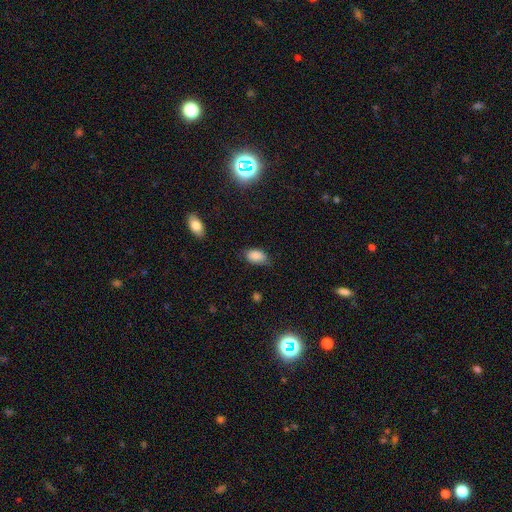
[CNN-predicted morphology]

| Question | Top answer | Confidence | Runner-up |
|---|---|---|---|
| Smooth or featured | smooth | 86% | star or artifact (8%) |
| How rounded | in between | 90% | round (8%) |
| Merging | none | 64% | minor disturbance (28%) |